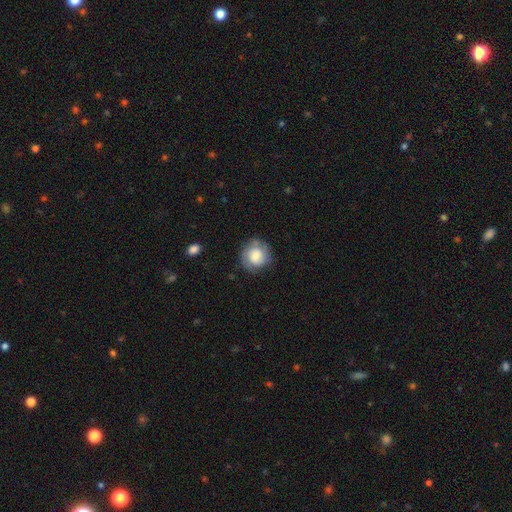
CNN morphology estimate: This appears to be a smooth galaxy with no disk features (61%) that is round (86%). Merging: none (74%).